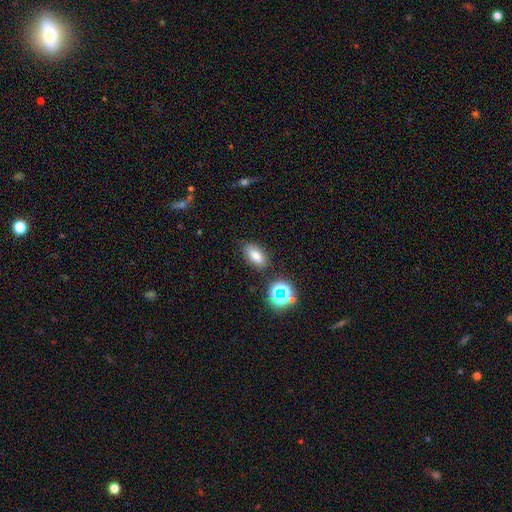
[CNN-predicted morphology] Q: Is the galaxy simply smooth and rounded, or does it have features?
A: smooth — 75%.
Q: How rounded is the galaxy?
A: in between — 84%.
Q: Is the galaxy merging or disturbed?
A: none — 82%.